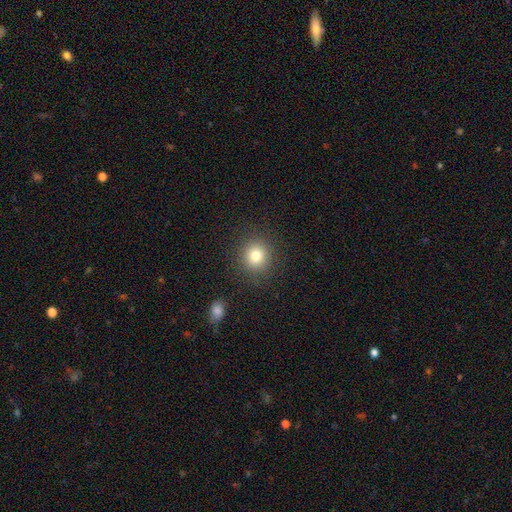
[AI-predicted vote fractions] Smooth or featured: smooth — 80% (star or artifact — 12%)
How rounded: round — 90% (in between — 9%)
Merging: none — 89% (minor disturbance — 7%)